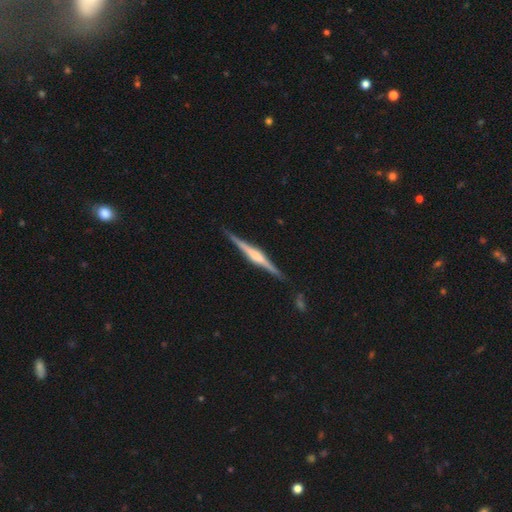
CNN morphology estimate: Overall: featured or disk (80%). Edge-on disk: yes (98%). Edge-on bulge: rounded (66%). Merging: none (89%).